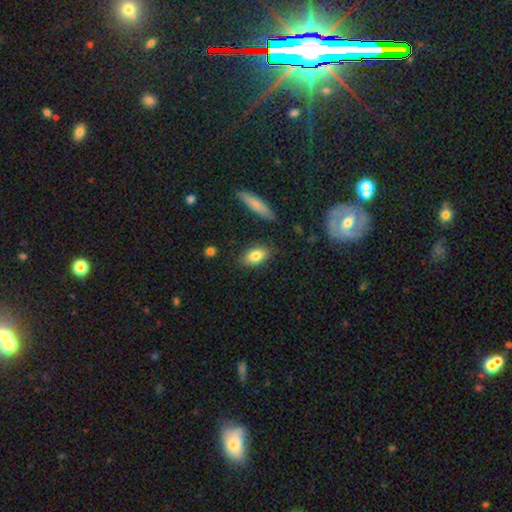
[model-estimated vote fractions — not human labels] This appears to be a smooth galaxy with no disk features (82%) that is in between round and cigar-shaped (89%). Merging: none (84%).